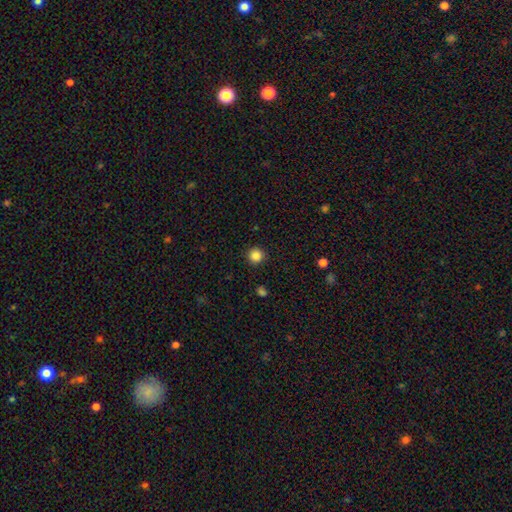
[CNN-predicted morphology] A smooth galaxy with no disk features (86%) that is round (95%). Merging: none (92%).